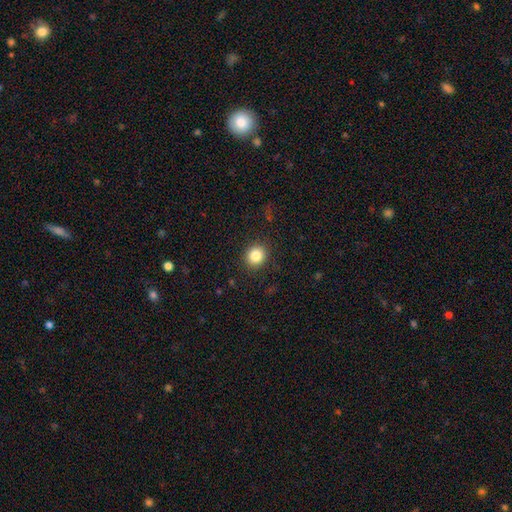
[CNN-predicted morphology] smooth 84%, star or artifact 10%, featured or disk 6%. Down the decision tree: how rounded — round (78%); merging — none (90%).